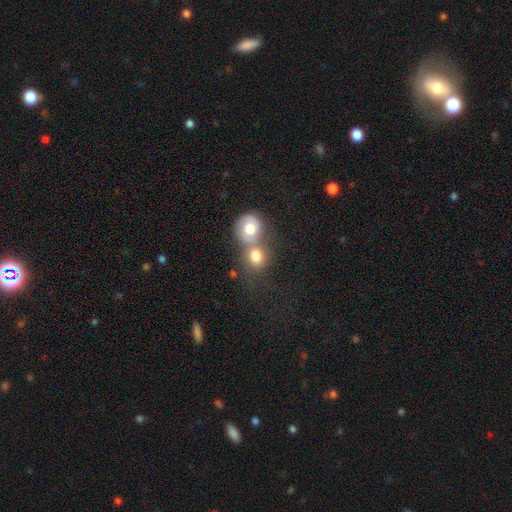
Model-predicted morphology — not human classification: Q: Smooth or featured?
A: smooth (73%); runner-up: featured or disk (18%)
Q: How rounded?
A: round (71%); runner-up: in between (27%)
Q: Merging?
A: merger (58%); runner-up: none (29%)